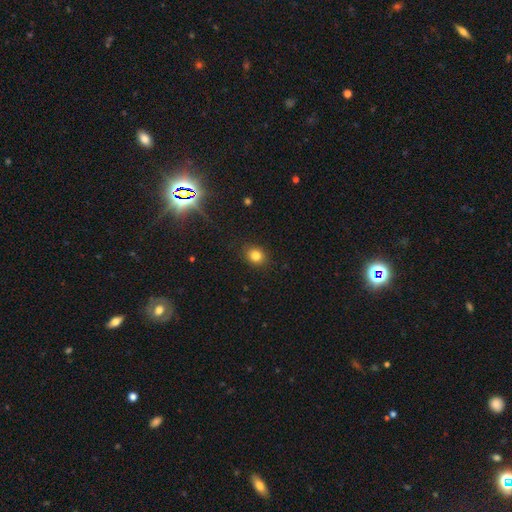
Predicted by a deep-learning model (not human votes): smooth-or-featured: smooth: 82% | star or artifact: 12% | featured or disk: 6%
  how-rounded: round: 60% | in between: 39% | cigar-shaped: 1%
  merging: none: 88% | minor disturbance: 9% | major disturbance: 2% | merger: 1%